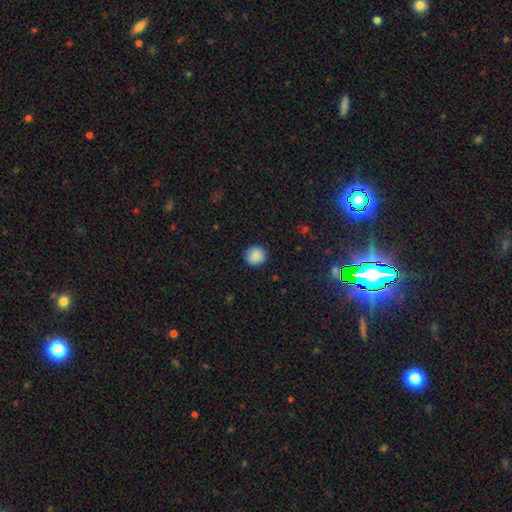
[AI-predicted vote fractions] Q: Smooth or featured?
A: smooth (88%); runner-up: star or artifact (8%)
Q: How rounded?
A: round (94%); runner-up: in between (5%)
Q: Merging?
A: none (90%); runner-up: minor disturbance (7%)